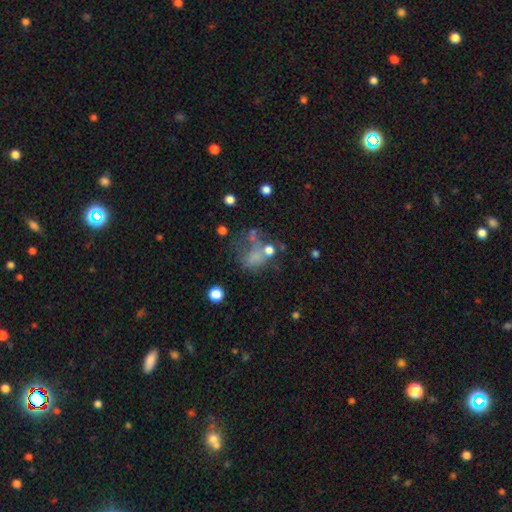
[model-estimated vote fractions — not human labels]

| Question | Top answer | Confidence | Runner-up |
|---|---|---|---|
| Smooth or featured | smooth | 50% | featured or disk (28%) |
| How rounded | in between | 53% | round (45%) |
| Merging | major disturbance | 34% | none (28%) |